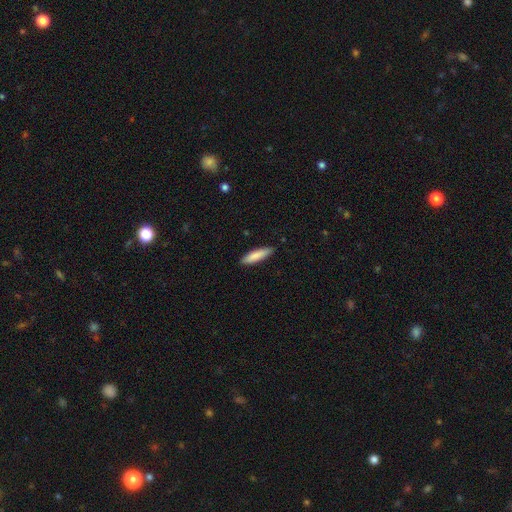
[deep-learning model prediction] Smooth or featured? Predicted: smooth (p=0.84). How rounded? Predicted: cigar-shaped (p=0.72). Merging? Predicted: none (p=0.86).